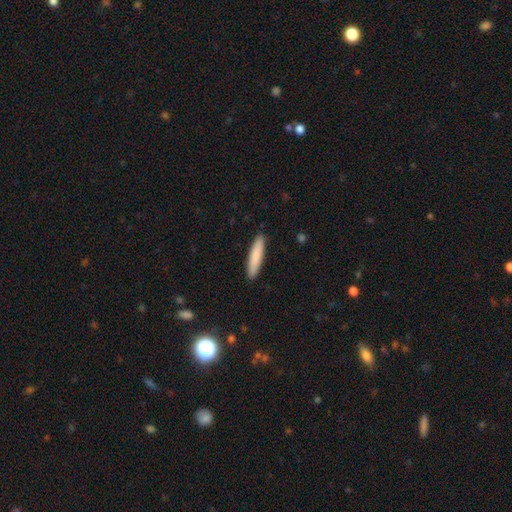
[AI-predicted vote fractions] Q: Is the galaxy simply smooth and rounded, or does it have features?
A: smooth — 84%.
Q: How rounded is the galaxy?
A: cigar-shaped — 87%.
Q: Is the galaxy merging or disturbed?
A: none — 91%.